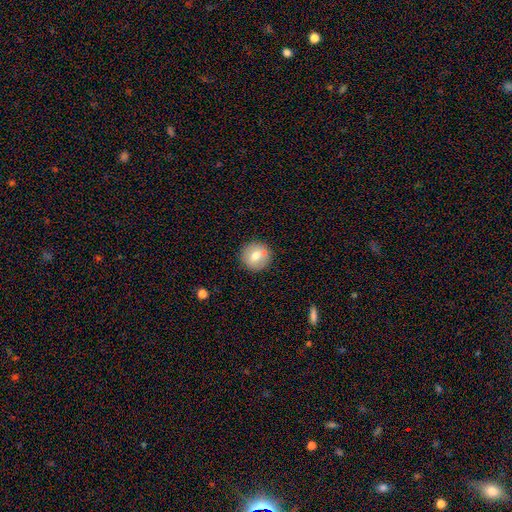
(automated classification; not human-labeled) Overall: smooth (69%). How rounded: round (93%). Merging: none (82%).